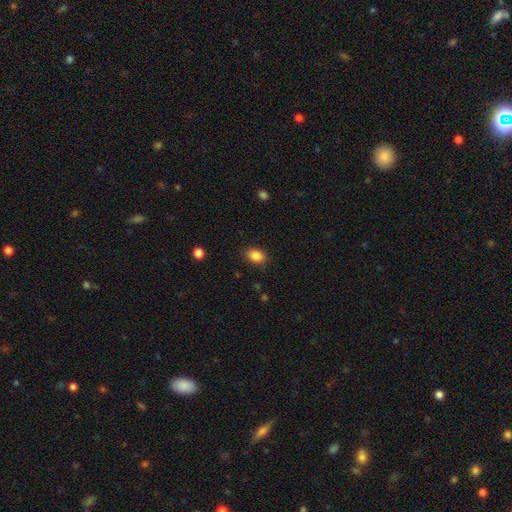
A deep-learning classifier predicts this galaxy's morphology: Smooth or featured? Predicted: smooth (p=0.86). How rounded? Predicted: in between (p=0.71). Merging? Predicted: none (p=0.85).